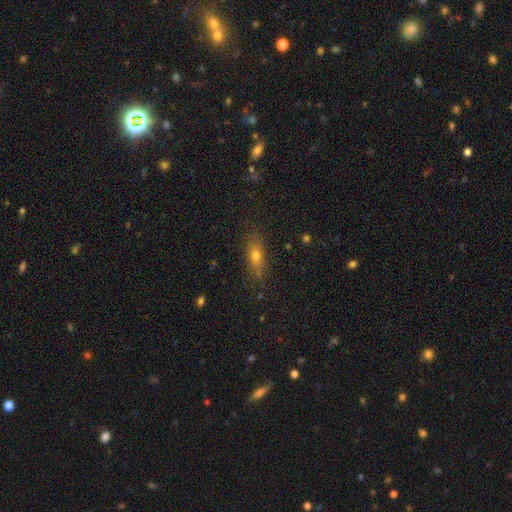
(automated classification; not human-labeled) Smooth or featured? Predicted: smooth (p=0.66). How rounded? Predicted: in between (p=0.56). Merging? Predicted: none (p=0.79).